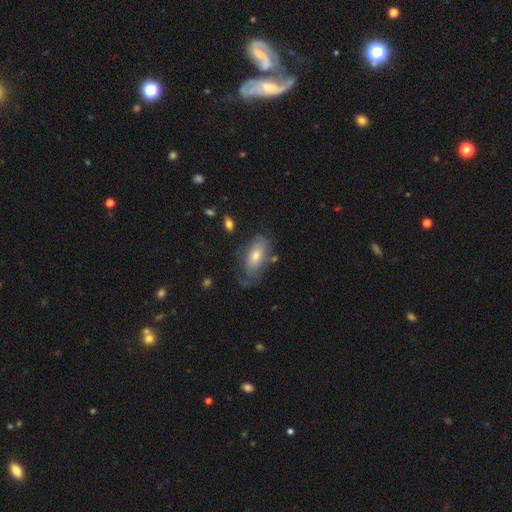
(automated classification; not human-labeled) This appears to be a smooth galaxy with no disk features (57%) that is in between round and cigar-shaped (88%). Merging: none (53%).